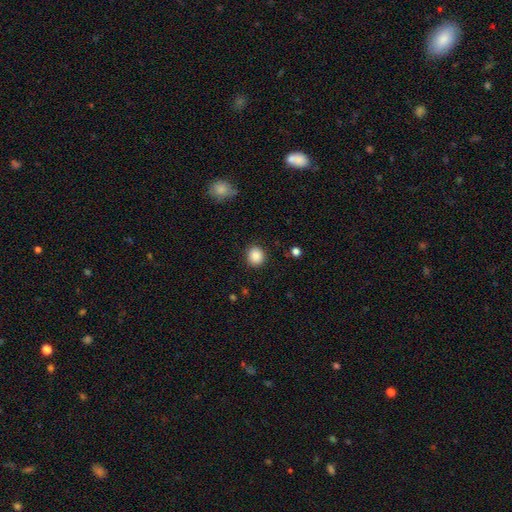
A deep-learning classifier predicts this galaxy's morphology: Overall: smooth (88%). How rounded: round (85%). Merging: none (90%).